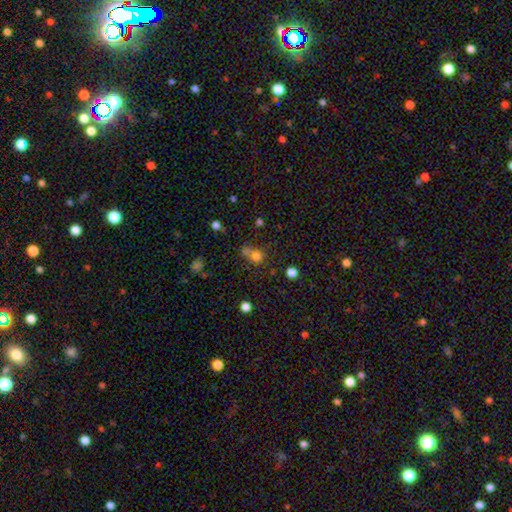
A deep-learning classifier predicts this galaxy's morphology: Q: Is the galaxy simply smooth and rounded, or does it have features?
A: smooth — 77%.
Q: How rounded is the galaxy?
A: round — 85%.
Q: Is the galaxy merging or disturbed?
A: none — 51%.